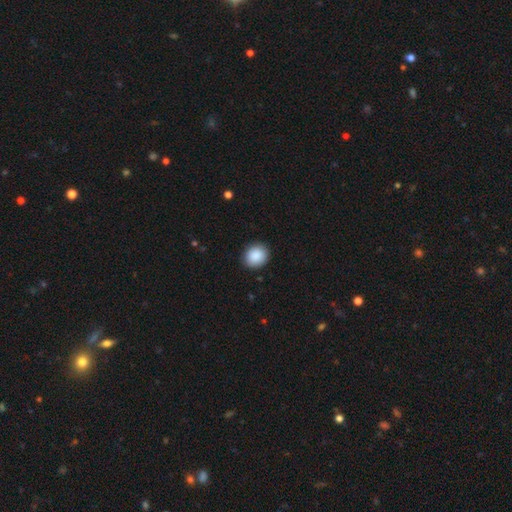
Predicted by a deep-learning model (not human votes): Smooth or featured?
  - smooth: 90% *
  - star or artifact: 7%
  - featured or disk: 3%
How rounded?
  - round: 72% *
  - in between: 27%
  - cigar-shaped: 1%
Merging?
  - none: 90% *
  - minor disturbance: 7%
  - major disturbance: 2%
  - merger: 1%